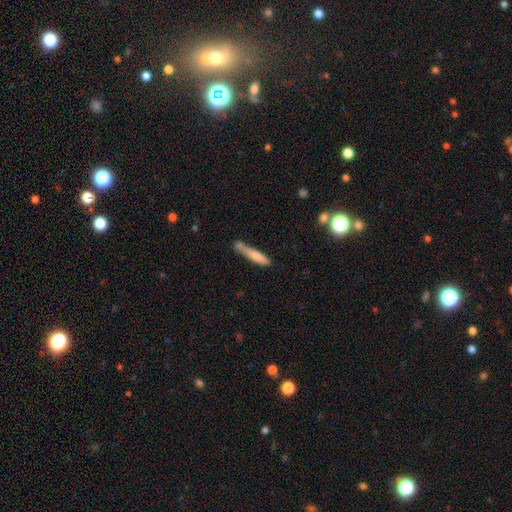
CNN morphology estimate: The model was most divided on "merging": none: 56%, minor disturbance: 25%, merger: 10%, major disturbance: 8%. More confident: how rounded — cigar-shaped (89%); smooth or featured — smooth (66%).